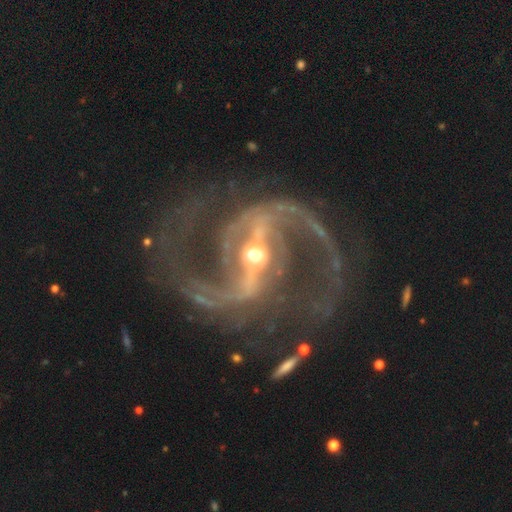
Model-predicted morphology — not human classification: Overall: featured or disk (93%). Edge-on disk: no (98%). Bar: strong (71%). Spiral arms: yes (98%). Spiral arm count: 2 (92%). Spiral winding: medium (62%; loose 25%). Bulge size: moderate (51%; small 44%). Merging: none (74%).